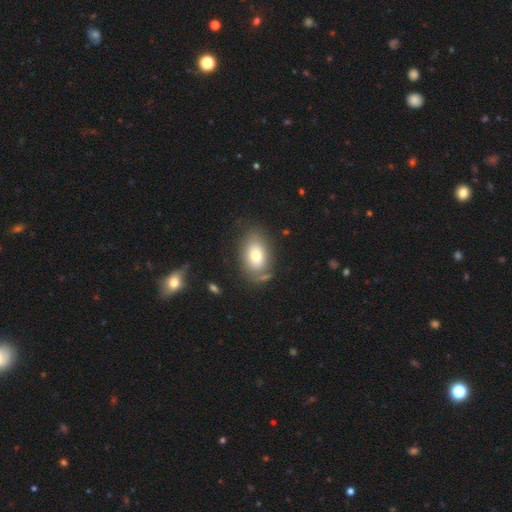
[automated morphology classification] A smooth galaxy with no disk features (70%) that is in between round and cigar-shaped (83%). Merging: none (70%).